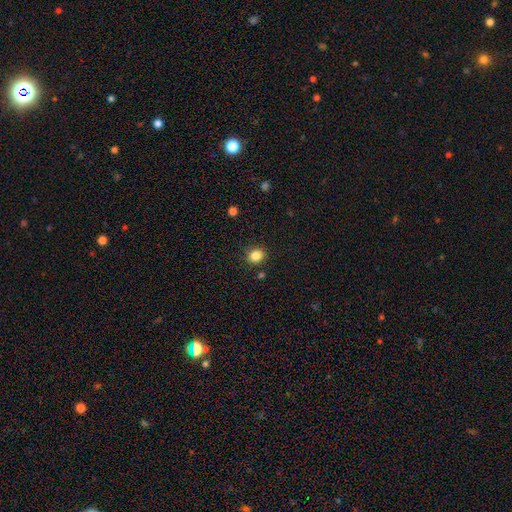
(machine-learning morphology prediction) Smooth or featured? Predicted: smooth (p=0.85). How rounded? Predicted: round (p=0.74). Merging? Predicted: none (p=0.87).